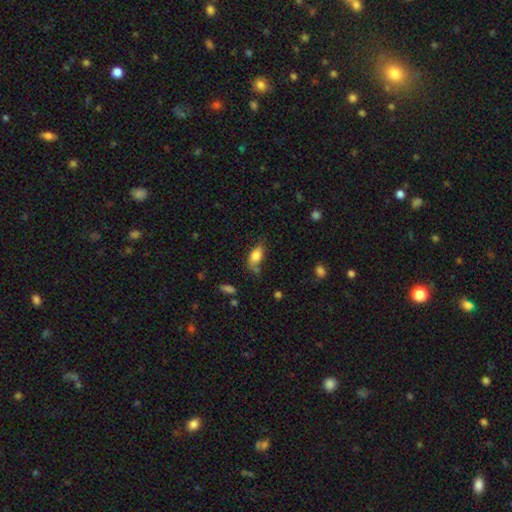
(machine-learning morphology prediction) Smooth or featured? Predicted: smooth (p=0.82). How rounded? Predicted: in between (p=0.89). Merging? Predicted: none (p=0.57).